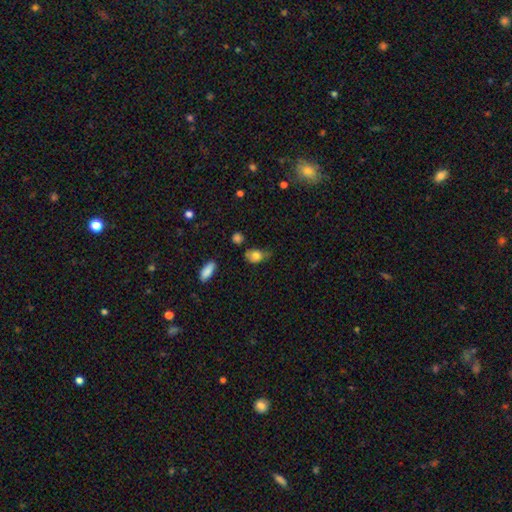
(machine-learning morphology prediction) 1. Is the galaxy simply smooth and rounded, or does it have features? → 80% smooth, 11% featured or disk, 9% star or artifact.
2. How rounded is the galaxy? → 71% in between, 26% round, 3% cigar-shaped.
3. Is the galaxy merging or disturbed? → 43% minor disturbance, 39% none, 14% major disturbance, 5% merger.